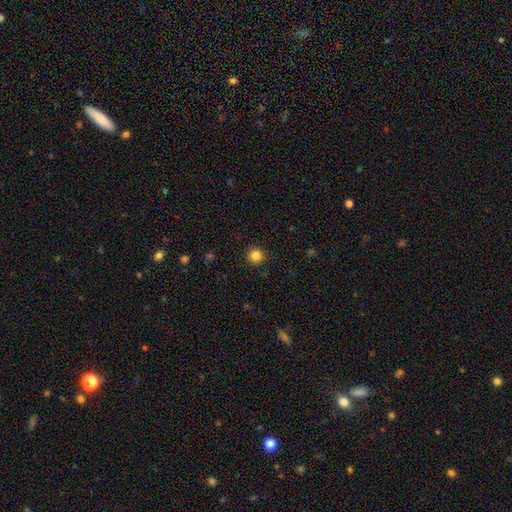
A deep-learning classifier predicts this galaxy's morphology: Q: Smooth or featured?
A: smooth (85%); runner-up: star or artifact (12%)
Q: How rounded?
A: round (96%); runner-up: in between (3%)
Q: Merging?
A: none (93%); runner-up: minor disturbance (5%)